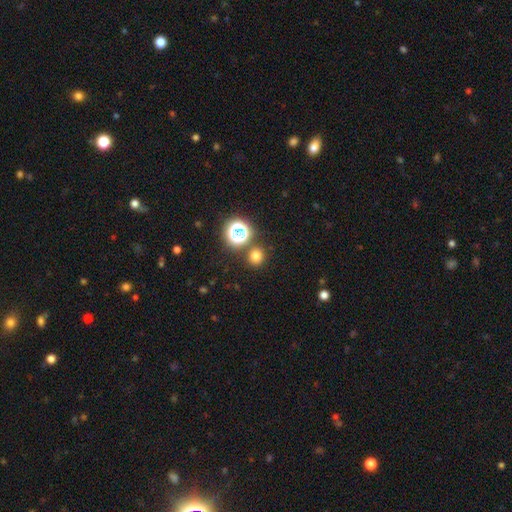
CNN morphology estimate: Smooth or featured: smooth — 72% (star or artifact — 21%)
How rounded: round — 88% (in between — 11%)
Merging: none — 84% (minor disturbance — 7%)